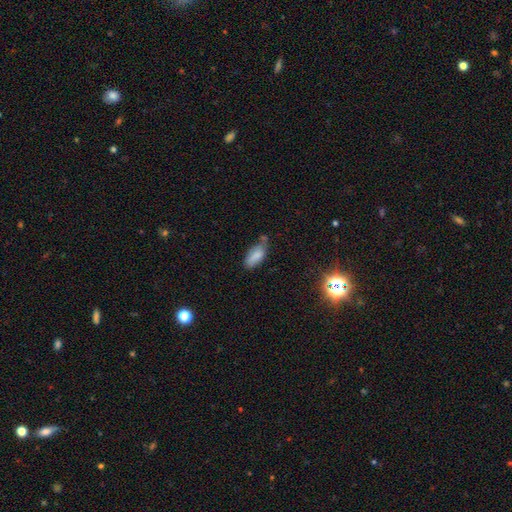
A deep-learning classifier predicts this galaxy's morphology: type=smooth (84%); roundness=in between (85%); merging=none (53%).